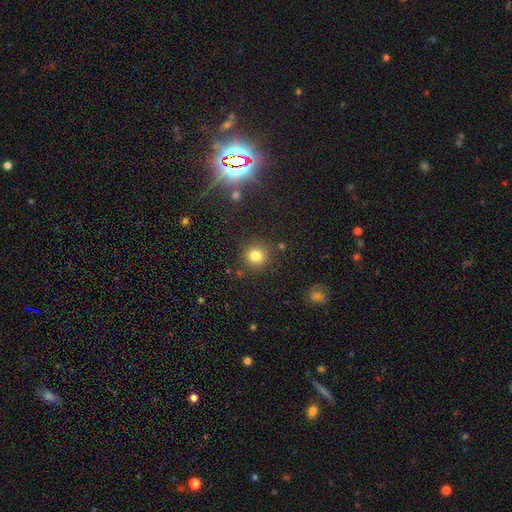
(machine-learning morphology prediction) smooth-or-featured: smooth: 81% | star or artifact: 13% | featured or disk: 6%
  how-rounded: round: 90% | in between: 9% | cigar-shaped: 1%
  merging: none: 84% | minor disturbance: 8% | merger: 4% | major disturbance: 3%